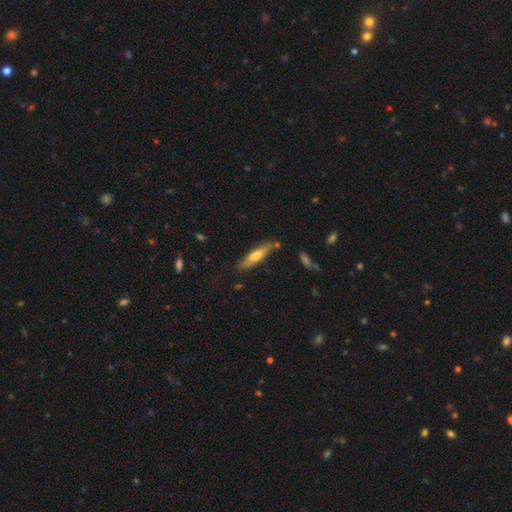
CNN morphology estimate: smooth-or-featured: smooth: 52% | featured or disk: 42% | star or artifact: 6%
  how-rounded: cigar-shaped: 78% | in between: 20% | round: 2%
  merging: none: 77% | minor disturbance: 15% | merger: 5% | major disturbance: 3%